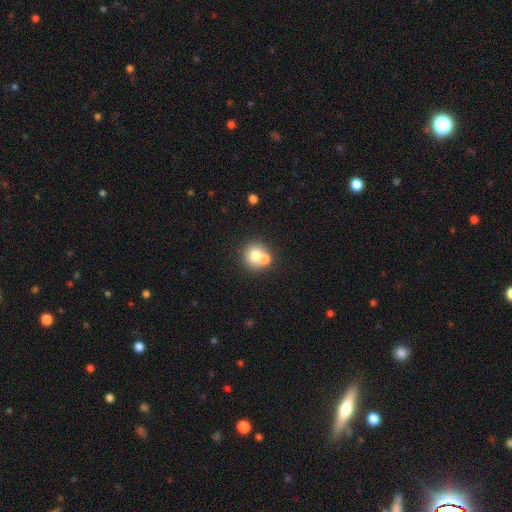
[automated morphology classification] Overall: smooth (71%). How rounded: round (86%). Merging: merger (46%; none 45%).